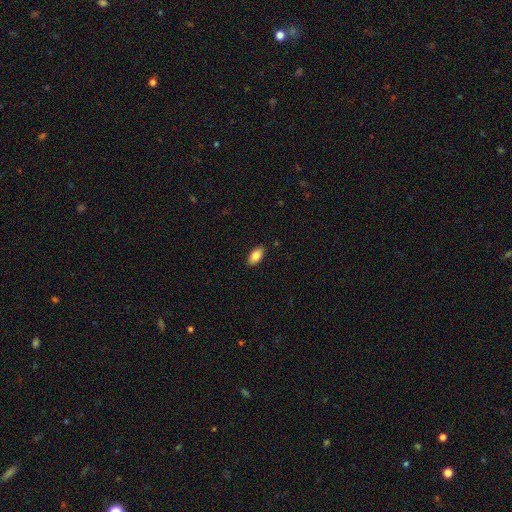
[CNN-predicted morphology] Smooth or featured: smooth — 83% (featured or disk — 10%)
How rounded: in between — 93% (round — 4%)
Merging: none — 89% (minor disturbance — 9%)